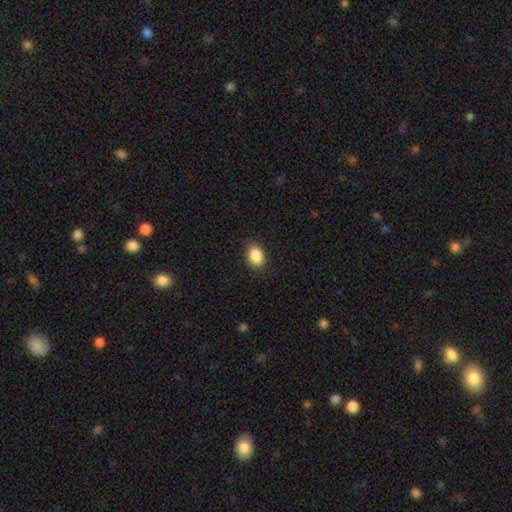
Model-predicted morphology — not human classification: This is clearly a smooth galaxy (88%). How rounded: likely in between (75%). Merging: clearly none (85%).